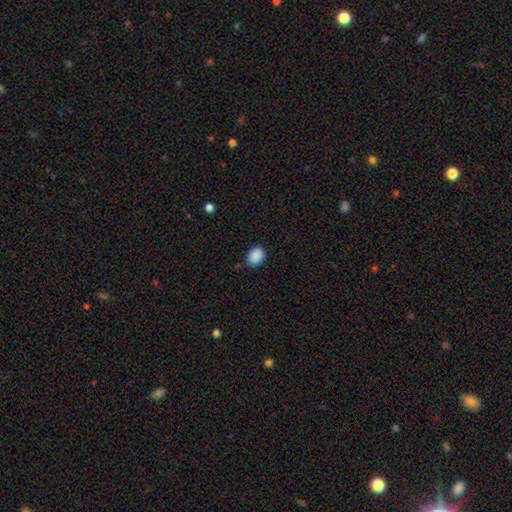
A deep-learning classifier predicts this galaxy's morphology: The model was most divided on "how rounded": in between: 53%, round: 47%, cigar-shaped: 1%. More confident: smooth or featured — smooth (89%); merging — none (84%).